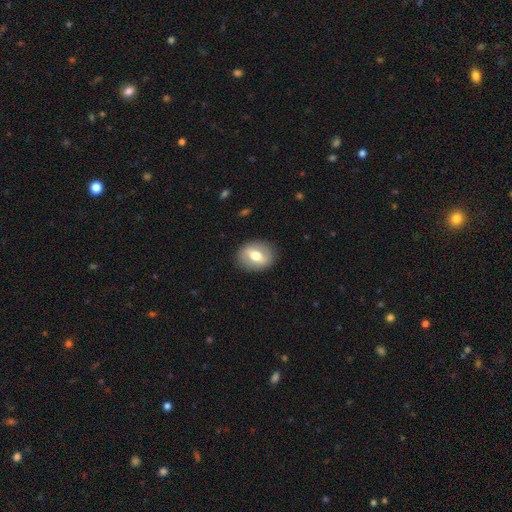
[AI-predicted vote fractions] This is possibly a smooth galaxy (55%). How rounded: possibly in between (56%). Merging: clearly none (87%).